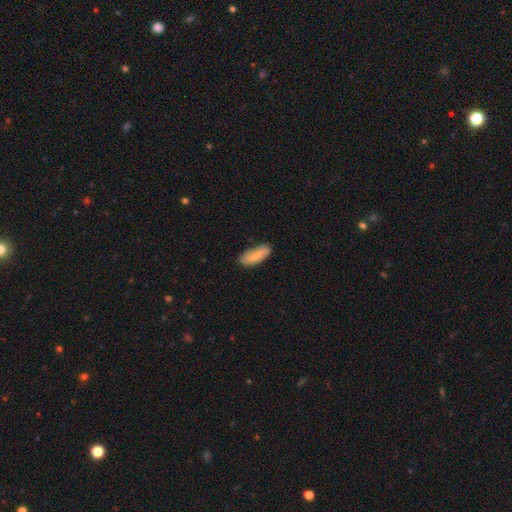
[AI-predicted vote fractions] Q: Smooth or featured?
A: smooth (77%); runner-up: featured or disk (17%)
Q: How rounded?
A: in between (75%); runner-up: cigar-shaped (23%)
Q: Merging?
A: none (76%); runner-up: minor disturbance (19%)